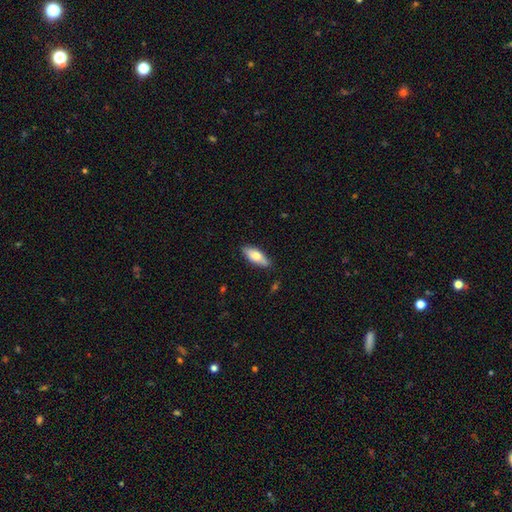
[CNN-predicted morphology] type=smooth (68%); roundness=in between (73%); merging=none (82%).